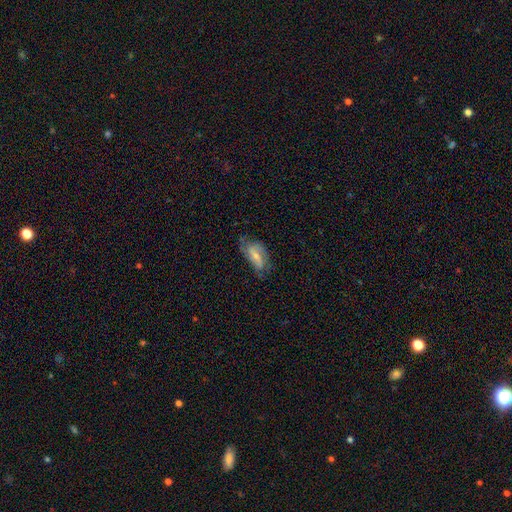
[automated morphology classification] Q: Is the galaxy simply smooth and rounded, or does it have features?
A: featured or disk — 62%.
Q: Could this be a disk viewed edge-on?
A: no — 93%.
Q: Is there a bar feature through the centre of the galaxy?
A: weak — 44%.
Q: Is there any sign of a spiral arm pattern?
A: yes — 86%.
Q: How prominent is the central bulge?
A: small — 52%.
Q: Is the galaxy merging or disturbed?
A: none — 57%.